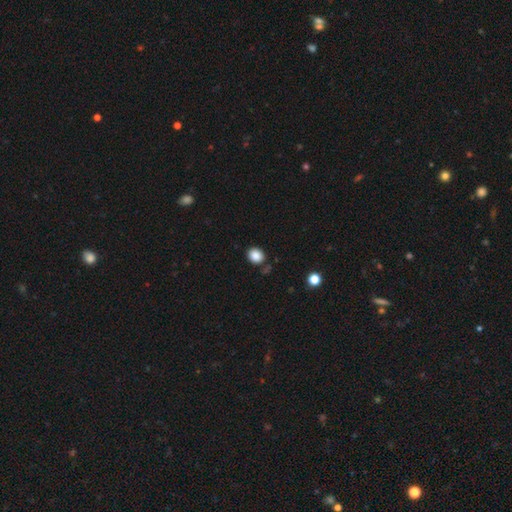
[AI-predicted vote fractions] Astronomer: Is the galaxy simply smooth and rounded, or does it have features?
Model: smooth — 87%.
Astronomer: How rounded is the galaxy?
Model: round — 63%.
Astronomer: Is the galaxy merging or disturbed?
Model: none — 83%.